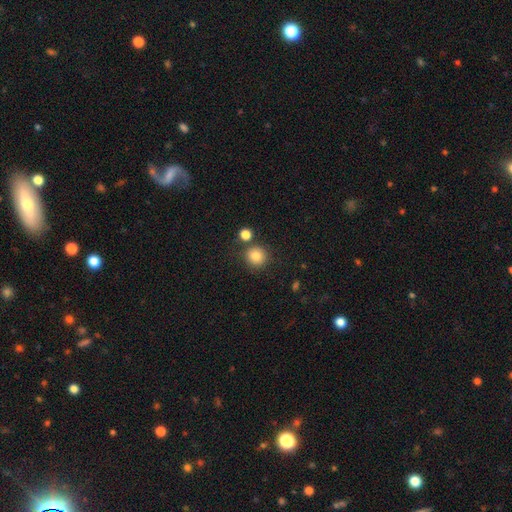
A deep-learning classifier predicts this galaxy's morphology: A smooth galaxy with no disk features (84%) that is round (93%).

Vote fractions:
- Smooth or featured? smooth: 84% / star or artifact: 11% / featured or disk: 6%
- How rounded? round: 93% / in between: 6% / cigar-shaped: 1%
- Merging? none: 79% / merger: 10% / minor disturbance: 9% / major disturbance: 3%